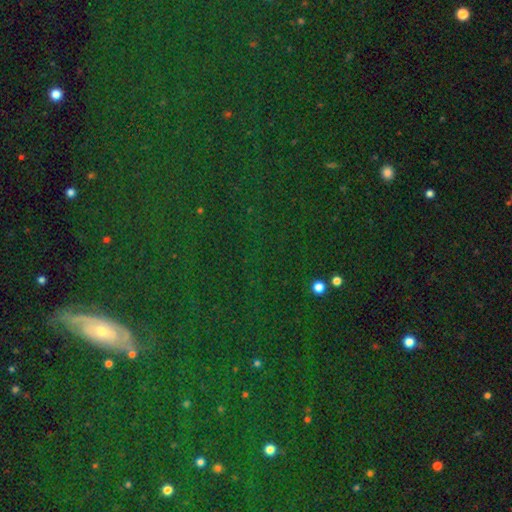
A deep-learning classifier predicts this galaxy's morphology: star or artifact 69%, smooth 18%, featured or disk 13%.